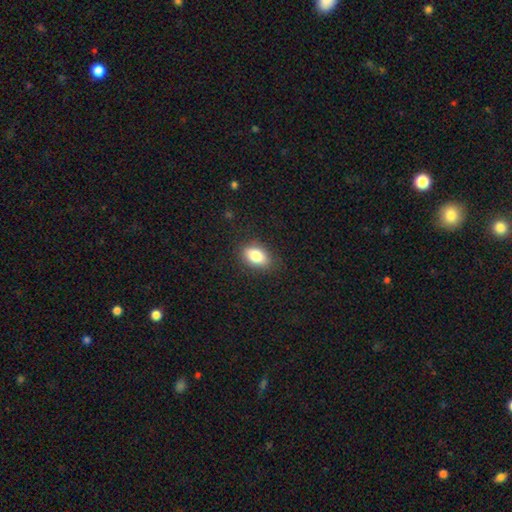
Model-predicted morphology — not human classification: Smooth or featured?
  - smooth: 82% *
  - featured or disk: 9%
  - star or artifact: 8%
How rounded?
  - in between: 87% *
  - round: 11%
  - cigar-shaped: 2%
Merging?
  - none: 83% *
  - minor disturbance: 12%
  - major disturbance: 3%
  - merger: 1%